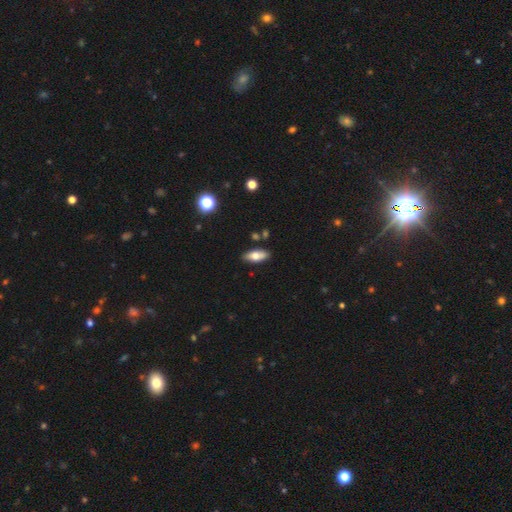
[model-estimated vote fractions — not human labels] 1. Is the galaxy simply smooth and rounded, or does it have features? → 71% smooth, 21% featured or disk, 7% star or artifact.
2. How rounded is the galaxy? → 81% in between, 17% cigar-shaped, 3% round.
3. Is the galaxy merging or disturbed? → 85% none, 10% minor disturbance, 3% merger, 2% major disturbance.